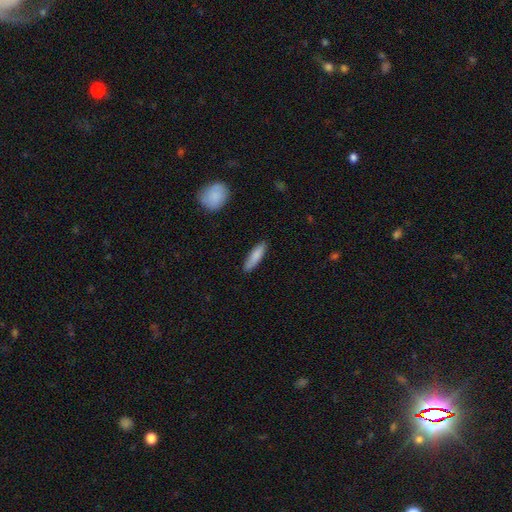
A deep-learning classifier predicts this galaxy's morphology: smooth-or-featured: smooth: 84% | featured or disk: 11% | star or artifact: 6%
  how-rounded: cigar-shaped: 71% | in between: 27% | round: 2%
  merging: none: 85% | minor disturbance: 11% | major disturbance: 2% | merger: 1%